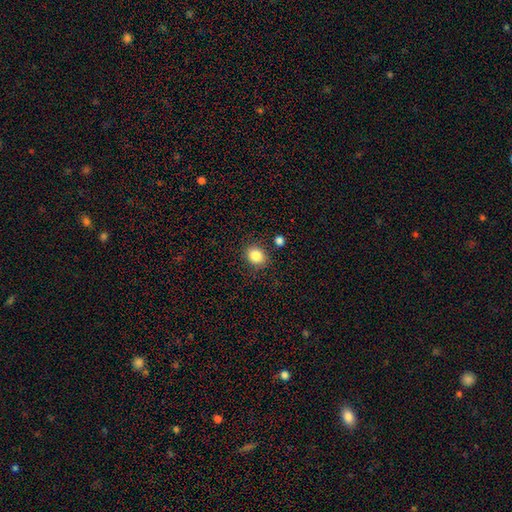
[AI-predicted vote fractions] Q: Smooth or featured?
A: smooth (85%); runner-up: star or artifact (10%)
Q: How rounded?
A: round (60%); runner-up: in between (39%)
Q: Merging?
A: none (82%); runner-up: minor disturbance (10%)